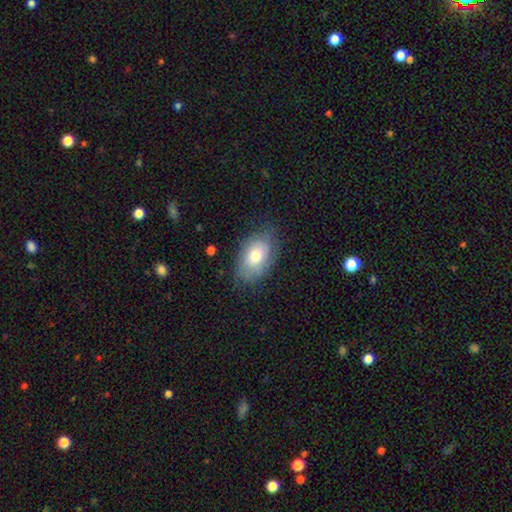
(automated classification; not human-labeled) Smooth or featured: smooth — 69% (featured or disk — 23%)
How rounded: in between — 88% (round — 10%)
Merging: none — 71% (minor disturbance — 21%)